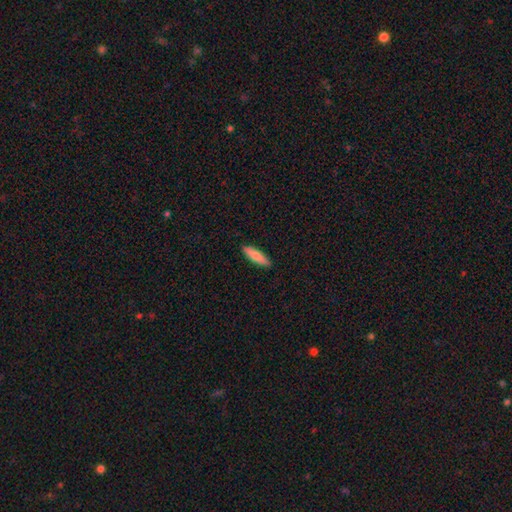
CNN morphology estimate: Smooth or featured?
  - smooth: 79% *
  - featured or disk: 16%
  - star or artifact: 5%
How rounded?
  - cigar-shaped: 67% *
  - in between: 31%
  - round: 2%
Merging?
  - none: 91% *
  - minor disturbance: 7%
  - major disturbance: 1%
  - merger: 1%